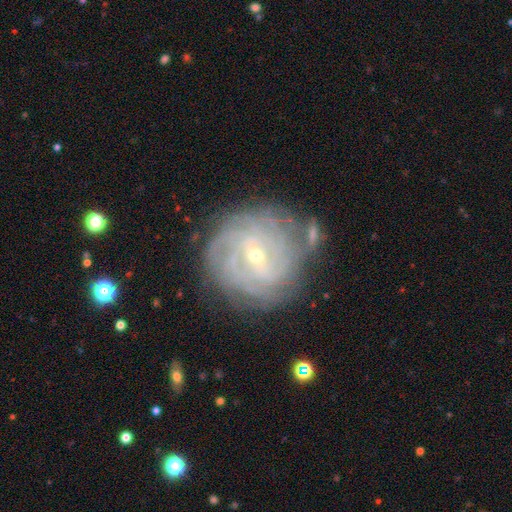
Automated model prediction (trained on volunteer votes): A featured or disk galaxy (84%) with a weak bar (53%), tight (79%) spiral arms (94%) and a small central bulge (69%).

Vote fractions:
- Smooth or featured? featured or disk: 84% / smooth: 9% / star or artifact: 6%
- Edge-on disk? no: 97% / yes: 3%
- Bar? weak: 53% / no: 32% / strong: 15%
- Spiral arms? yes: 94% / no: 6%
- Spiral winding? tight: 79% / medium: 17% / loose: 4%
- Spiral arm count? can't tell: 36% / 4: 25% / 3: 13% / more than 4: 12% / 2: 9% / 1: 6%
- Bulge size? small: 69% / moderate: 29% / large: 1% / none: 1% / dominant: 1%
- Merging? none: 75% / minor disturbance: 16% / major disturbance: 5% / merger: 4%